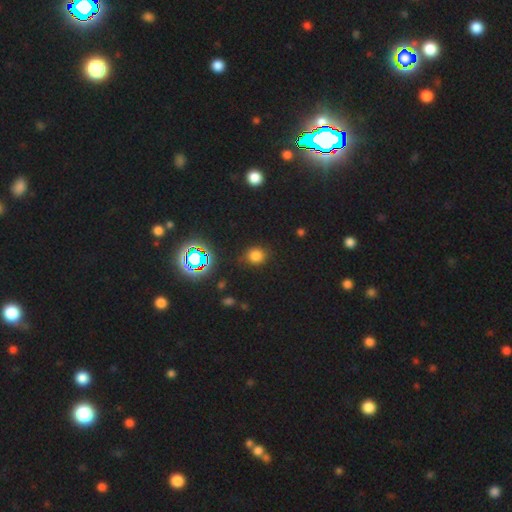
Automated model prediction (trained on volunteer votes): A smooth galaxy with no disk features (71%) that is round (81%).

Vote fractions:
- Smooth or featured? smooth: 71% / star or artifact: 24% / featured or disk: 6%
- How rounded? round: 81% / in between: 18% / cigar-shaped: 1%
- Merging? none: 83% / minor disturbance: 11% / major disturbance: 4% / merger: 2%